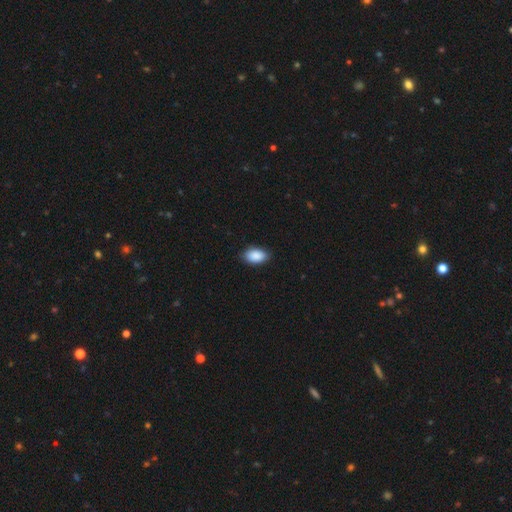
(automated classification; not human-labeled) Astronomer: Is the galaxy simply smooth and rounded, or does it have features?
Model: smooth — 90%.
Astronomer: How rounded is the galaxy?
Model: in between — 93%.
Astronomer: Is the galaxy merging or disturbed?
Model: none — 85%.